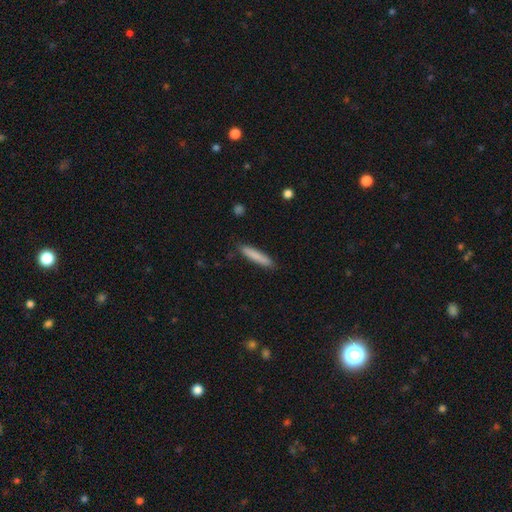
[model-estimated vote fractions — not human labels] A smooth galaxy with no disk features (83%) that is cigar-shaped (90%). Merging: none (87%).